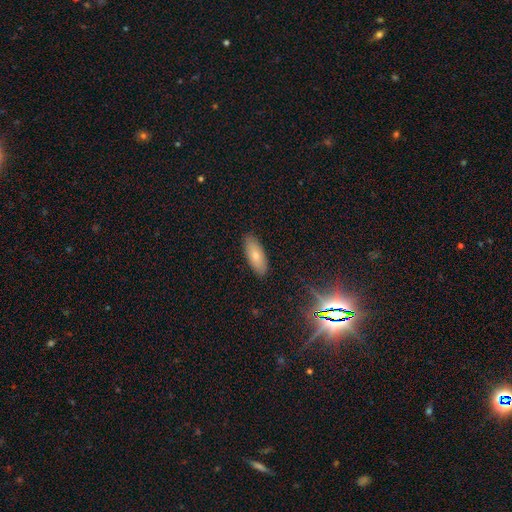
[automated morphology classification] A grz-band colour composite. It shows a smooth galaxy with no disk features (74%) that is in between round and cigar-shaped (80%). Merging: none (87%).